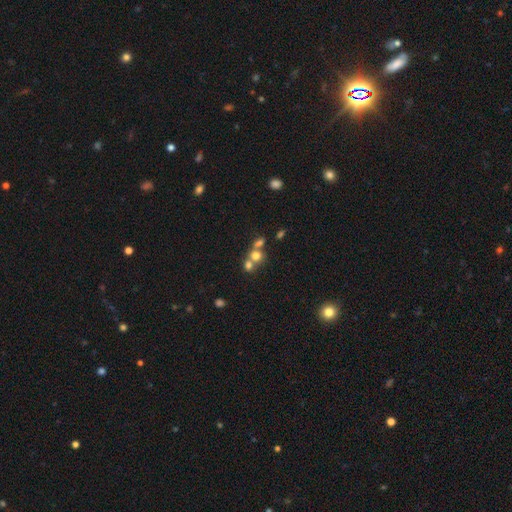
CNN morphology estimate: This appears to be a smooth galaxy with no disk features (68%) that is round (77%). Merging: merger (57%).